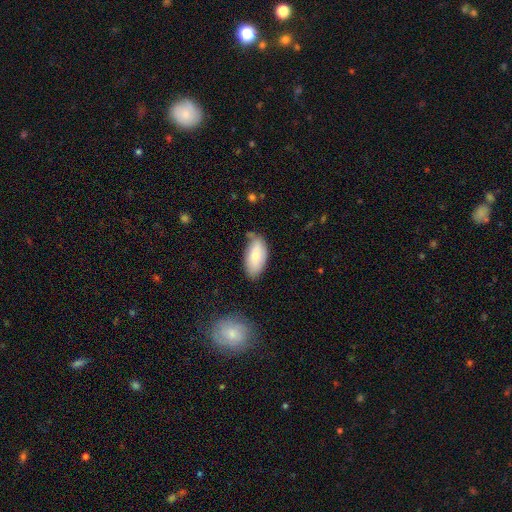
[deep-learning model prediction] Morphology: type=smooth (72%); roundness=in between (94%); merging=none (62%).